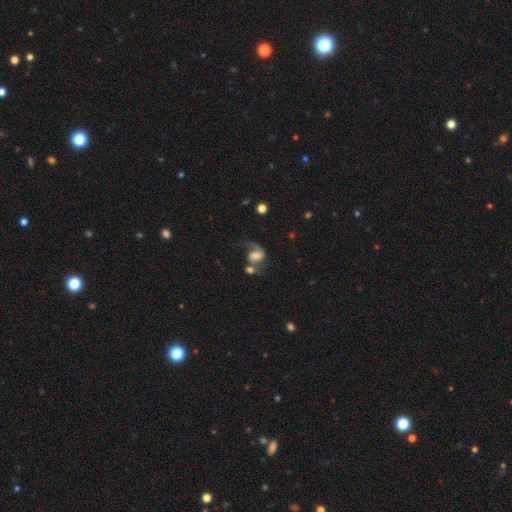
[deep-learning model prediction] A featured or disk galaxy (70%) with no bar (46%), 1 (49%) loose (51%) spiral arms (91%) and a moderate central bulge (40%). Merging: none (32%).